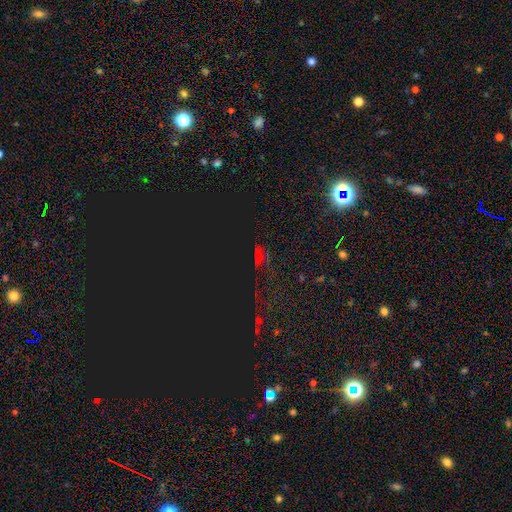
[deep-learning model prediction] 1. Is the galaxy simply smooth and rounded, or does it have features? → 77% star or artifact, 15% smooth, 9% featured or disk.